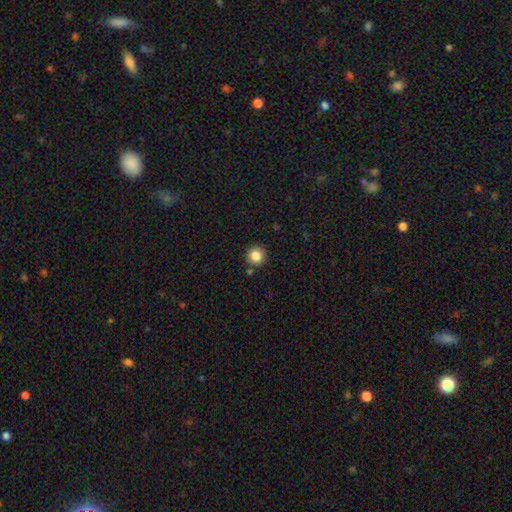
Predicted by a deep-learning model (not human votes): This appears to be a smooth galaxy with no disk features (85%) that is round (95%). Merging: none (88%).